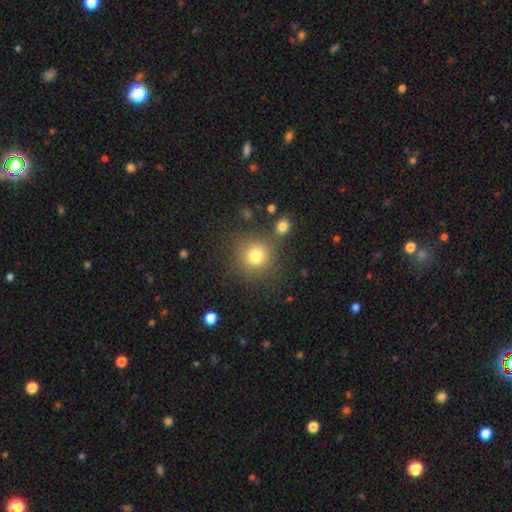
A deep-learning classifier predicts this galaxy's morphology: Smooth or featured?
  - smooth: 78% *
  - star or artifact: 13%
  - featured or disk: 9%
How rounded?
  - round: 90% *
  - in between: 9%
  - cigar-shaped: 1%
Merging?
  - none: 76% *
  - minor disturbance: 10%
  - merger: 9%
  - major disturbance: 5%